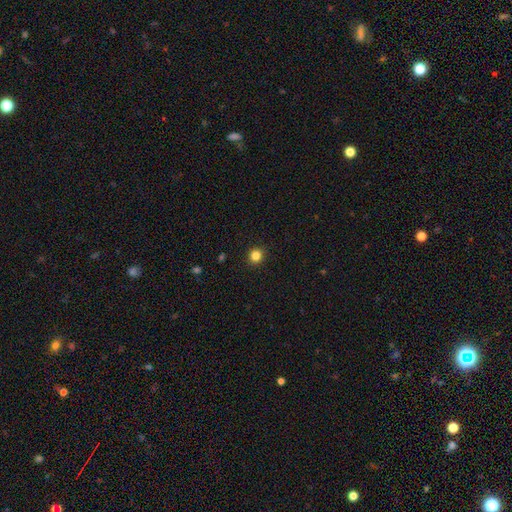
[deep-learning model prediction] This appears to be a smooth galaxy with no disk features (84%) that is round (91%). Merging: none (92%).